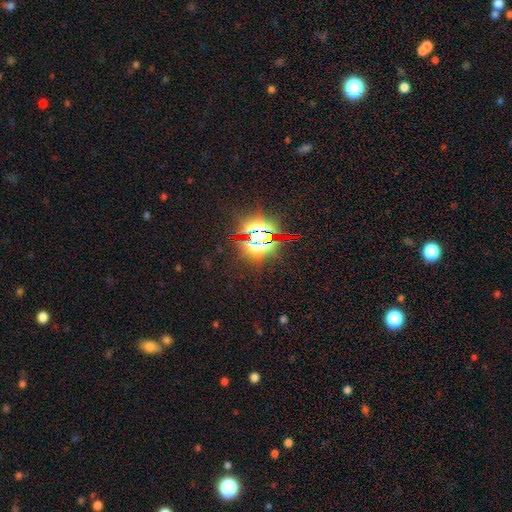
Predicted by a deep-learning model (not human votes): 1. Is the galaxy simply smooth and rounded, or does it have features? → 83% star or artifact, 9% featured or disk, 9% smooth.